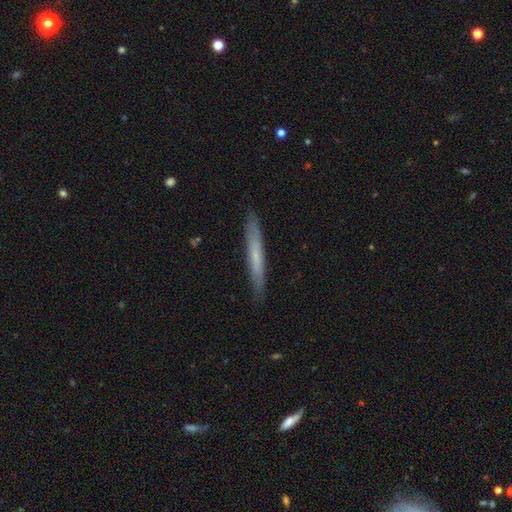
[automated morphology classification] Smooth or featured?
  - smooth: 55% *
  - featured or disk: 39%
  - star or artifact: 6%
How rounded?
  - cigar-shaped: 96% *
  - in between: 3%
  - round: 1%
Merging?
  - none: 88% *
  - minor disturbance: 9%
  - major disturbance: 2%
  - merger: 1%